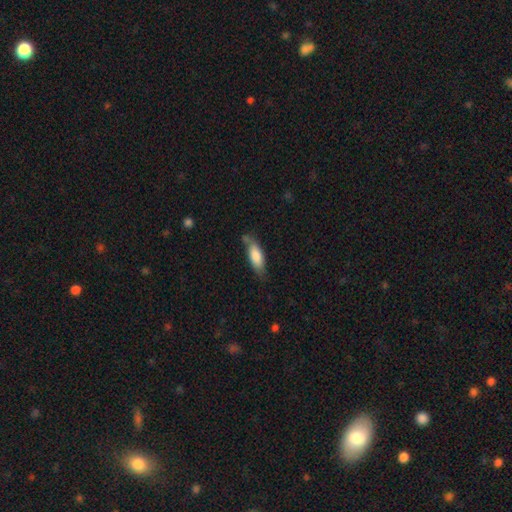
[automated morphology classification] A smooth galaxy with no disk features (81%) that is in between round and cigar-shaped (63%). Merging: none (61%).